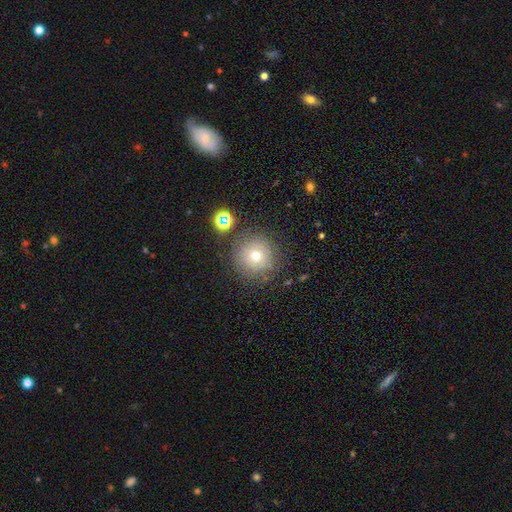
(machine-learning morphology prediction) Smooth or featured?
  - smooth: 65% *
  - featured or disk: 19%
  - star or artifact: 16%
How rounded?
  - round: 96% *
  - in between: 3%
  - cigar-shaped: 1%
Merging?
  - none: 81% *
  - minor disturbance: 10%
  - major disturbance: 5%
  - merger: 4%